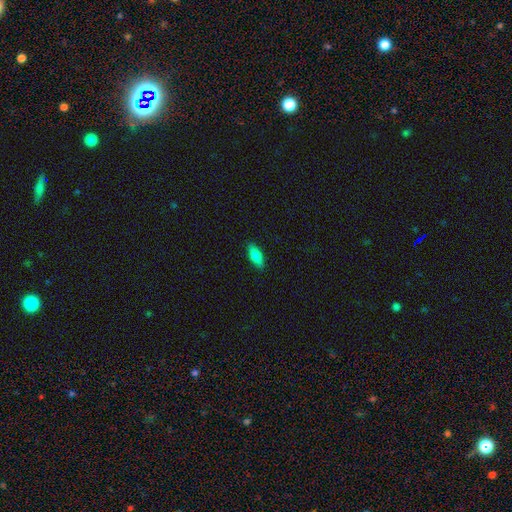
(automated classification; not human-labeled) smooth-or-featured: smooth: 81% | featured or disk: 13% | star or artifact: 7%
  how-rounded: in between: 77% | cigar-shaped: 20% | round: 3%
  merging: none: 88% | minor disturbance: 9% | major disturbance: 2% | merger: 1%